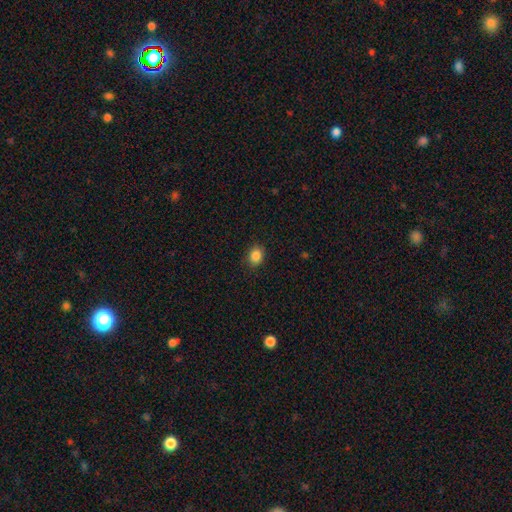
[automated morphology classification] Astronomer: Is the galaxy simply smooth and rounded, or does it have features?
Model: smooth — 87%.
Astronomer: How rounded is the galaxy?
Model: round — 54% (runner-up: in between, 45%).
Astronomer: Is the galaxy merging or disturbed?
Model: none — 87%.